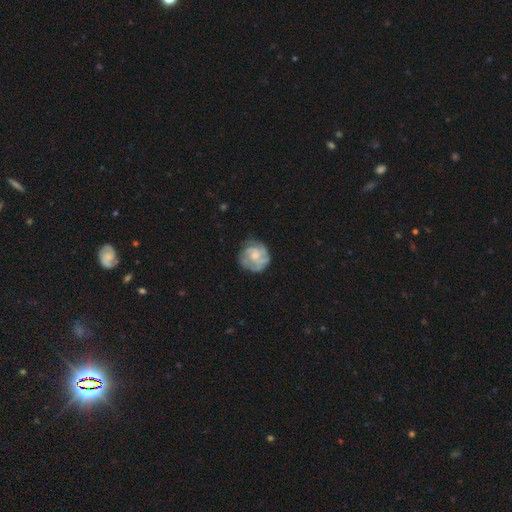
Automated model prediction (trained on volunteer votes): A featured or disk galaxy (66%) with no bar (75%), tight (56%) spiral arms (78%) and a moderate central bulge (48%).

Vote fractions:
- Smooth or featured? featured or disk: 66% / smooth: 27% / star or artifact: 6%
- Edge-on disk? no: 98% / yes: 2%
- Bar? no: 75% / weak: 22% / strong: 3%
- Spiral arms? yes: 78% / no: 22%
- Spiral winding? tight: 56% / medium: 32% / loose: 12%
- Spiral arm count? can't tell: 41% / 2: 21% / 3: 21% / 4: 7% / 1: 6% / more than 4: 4%
- Bulge size? moderate: 48% / small: 40% / none: 7% / large: 4% / dominant: 1%
- Merging? none: 68% / minor disturbance: 21% / major disturbance: 9% / merger: 2%